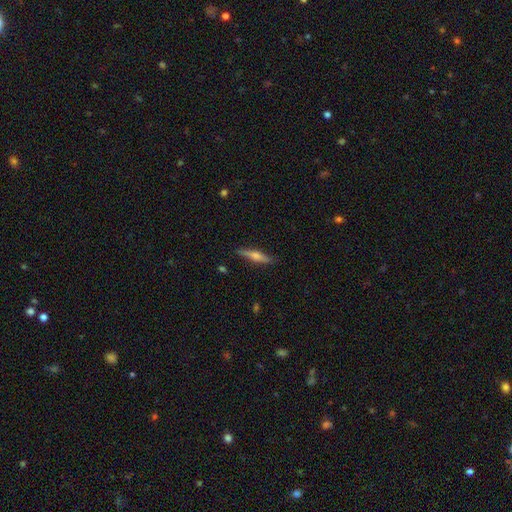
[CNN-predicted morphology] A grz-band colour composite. It shows a featured or disk galaxy (49%). Merging: none (86%).